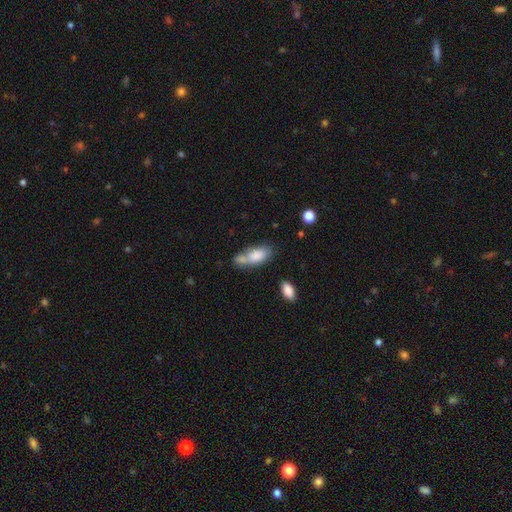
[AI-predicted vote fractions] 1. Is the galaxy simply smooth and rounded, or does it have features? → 80% smooth, 12% featured or disk, 8% star or artifact.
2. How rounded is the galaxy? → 81% in between, 16% cigar-shaped, 3% round.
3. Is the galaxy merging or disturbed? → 40% merger, 38% none, 16% minor disturbance, 6% major disturbance.